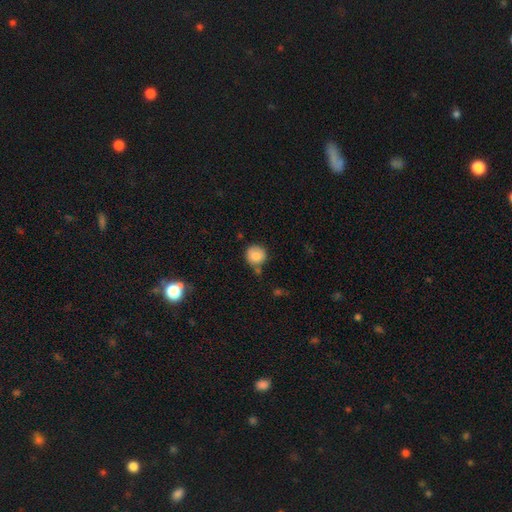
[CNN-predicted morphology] Smooth or featured? smooth (84%)
How rounded? round (91%)
Merging? none (68%)